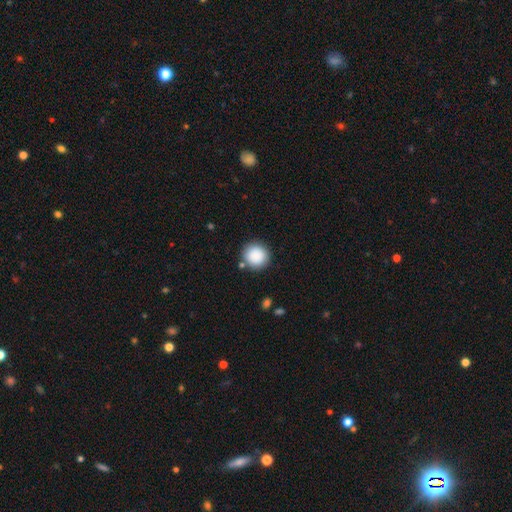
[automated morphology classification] Smooth or featured?
  - smooth: 88% *
  - star or artifact: 8%
  - featured or disk: 4%
How rounded?
  - round: 93% *
  - in between: 6%
  - cigar-shaped: 1%
Merging?
  - none: 85% *
  - minor disturbance: 8%
  - merger: 4%
  - major disturbance: 3%